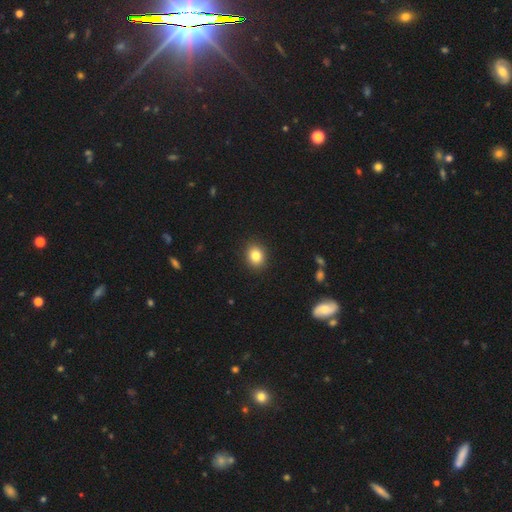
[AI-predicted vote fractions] Smooth or featured? smooth (83%)
How rounded? round (66%)
Merging? none (91%)